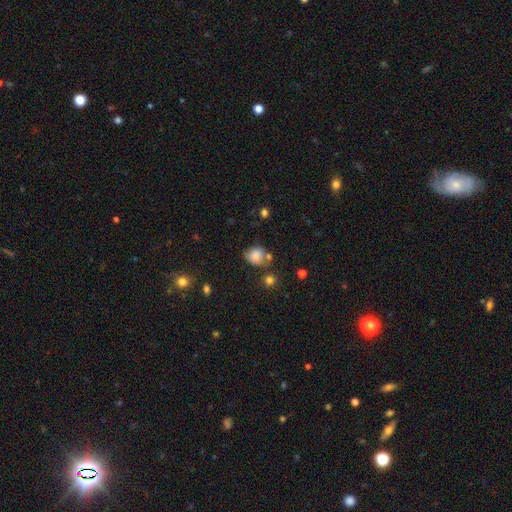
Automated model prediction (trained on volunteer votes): Smooth or featured? Predicted: smooth (p=0.80). How rounded? Predicted: round (p=0.66). Merging? Predicted: none (p=0.56).